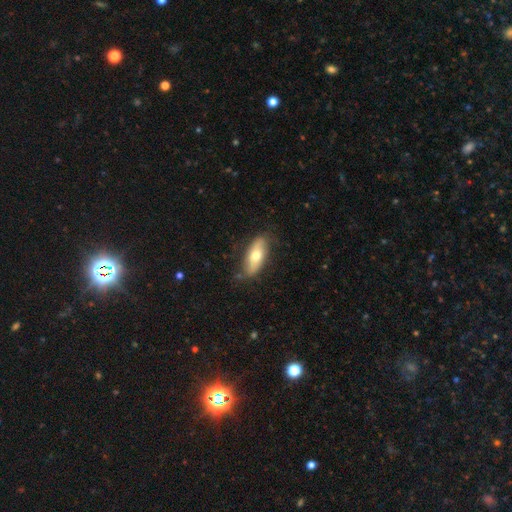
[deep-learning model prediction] A smooth galaxy with no disk features (62%) that is in between round and cigar-shaped (79%). Merging: none (77%).